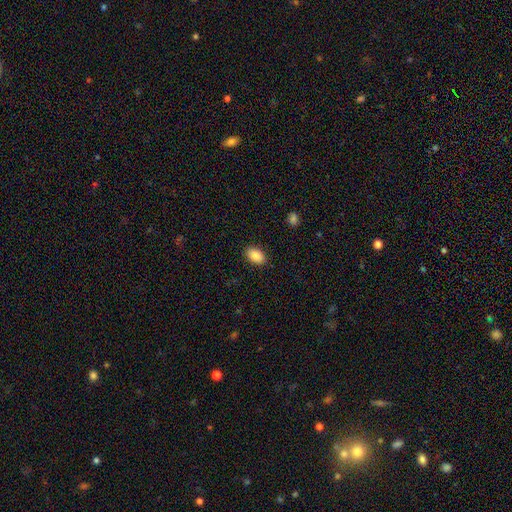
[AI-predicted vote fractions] Smooth or featured?
  - smooth: 88% *
  - star or artifact: 7%
  - featured or disk: 5%
How rounded?
  - in between: 91% *
  - round: 7%
  - cigar-shaped: 1%
Merging?
  - none: 88% *
  - minor disturbance: 9%
  - major disturbance: 2%
  - merger: 1%